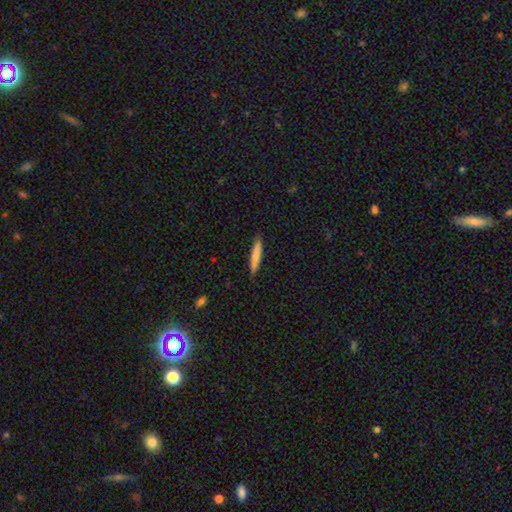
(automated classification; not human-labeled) Smooth or featured? smooth (78%)
How rounded? cigar-shaped (92%)
Merging? none (88%)